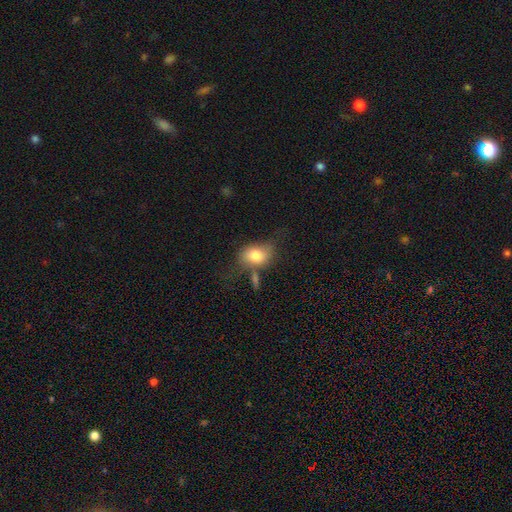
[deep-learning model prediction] Q: Smooth or featured?
A: smooth (74%); runner-up: featured or disk (18%)
Q: How rounded?
A: in between (70%); runner-up: round (28%)
Q: Merging?
A: none (44%); runner-up: minor disturbance (26%)